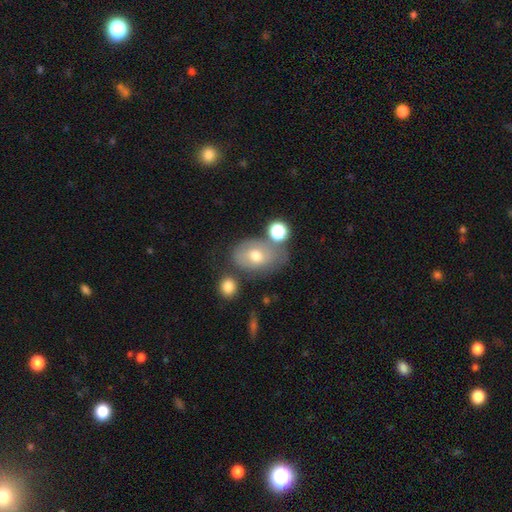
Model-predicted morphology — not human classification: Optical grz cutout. It shows a smooth galaxy with no disk features (58%) that is in between round and cigar-shaped (79%). Merging: none (50%).